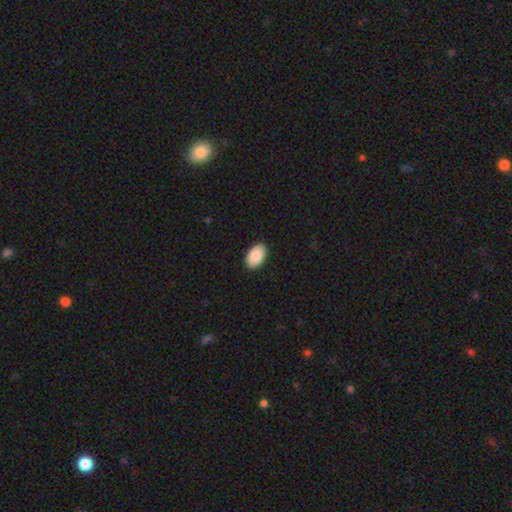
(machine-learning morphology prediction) smooth 90%, star or artifact 6%, featured or disk 4%. Down the decision tree: how rounded — in between (94%); merging — none (90%).